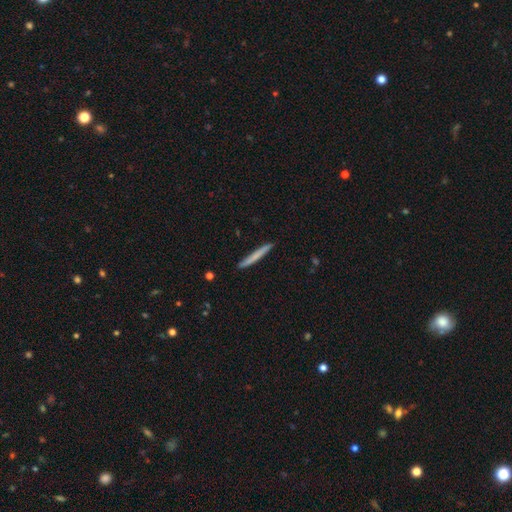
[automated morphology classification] Smooth or featured? Predicted: smooth (p=0.67). How rounded? Predicted: cigar-shaped (p=0.97). Merging? Predicted: none (p=0.91).